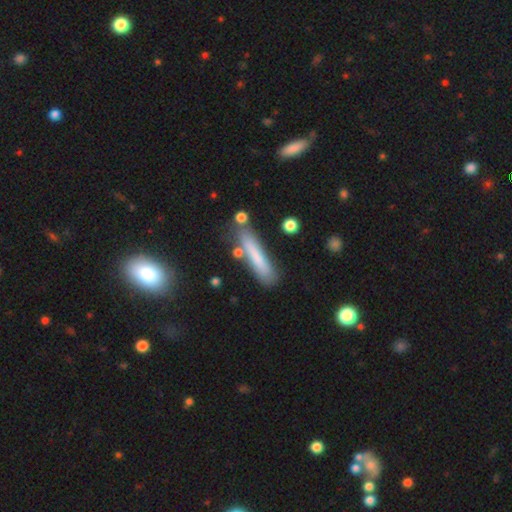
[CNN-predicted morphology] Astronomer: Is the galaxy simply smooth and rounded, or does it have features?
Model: smooth — 72%.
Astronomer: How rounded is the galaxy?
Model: cigar-shaped — 90%.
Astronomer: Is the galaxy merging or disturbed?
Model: none — 74%.